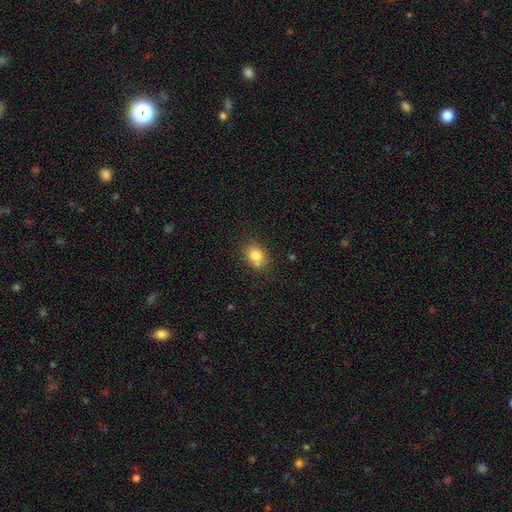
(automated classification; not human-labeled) smooth_or_featured: smooth (p=0.79) [alt: featured or disk p=0.11]
how_rounded: in between (p=0.52) [alt: round p=0.47]
merging: none (p=0.61) [alt: merger p=0.19]